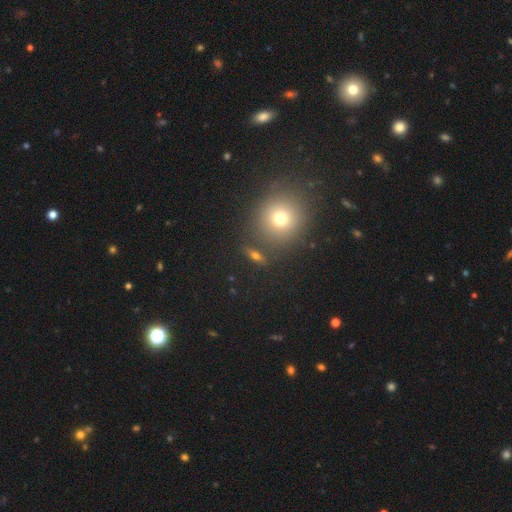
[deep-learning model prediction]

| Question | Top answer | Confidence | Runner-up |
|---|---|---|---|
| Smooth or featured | smooth | 54% | featured or disk (25%) |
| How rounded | in between | 38% | round (35%) |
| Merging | none | 81% | minor disturbance (9%) |